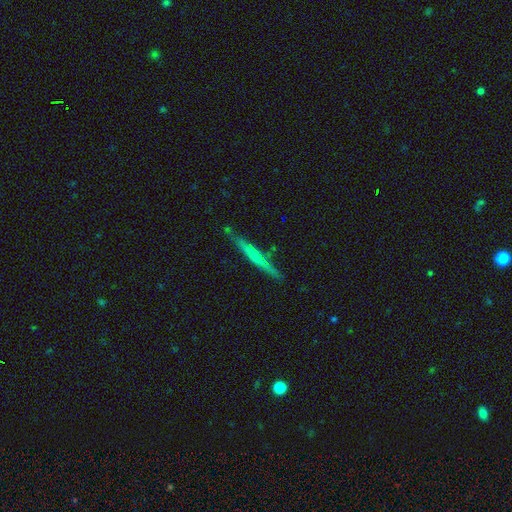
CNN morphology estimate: smooth 46% (tied), featured or disk 46% (tied), star or artifact 7%. Down the decision tree: merging — none (82%).